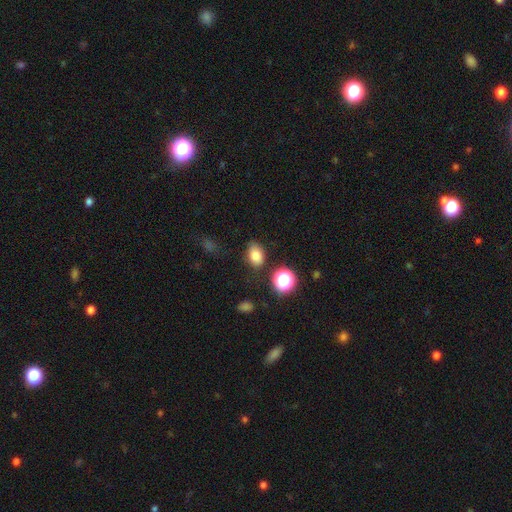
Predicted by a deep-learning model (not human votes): smooth_or_featured: smooth (p=0.79) [alt: star or artifact p=0.13]
how_rounded: in between (p=0.74) [alt: round p=0.25]
merging: none (p=0.73) [alt: minor disturbance p=0.18]